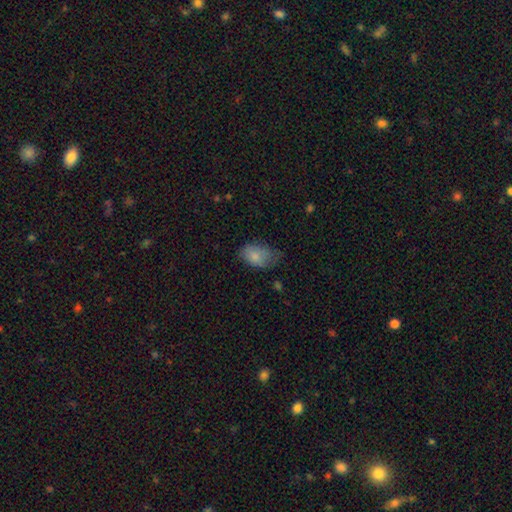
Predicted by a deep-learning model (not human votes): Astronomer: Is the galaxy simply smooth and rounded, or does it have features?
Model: smooth — 81%.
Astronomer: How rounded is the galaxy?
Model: in between — 86%.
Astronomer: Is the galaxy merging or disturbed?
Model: none — 41% (runner-up: minor disturbance, 40%).